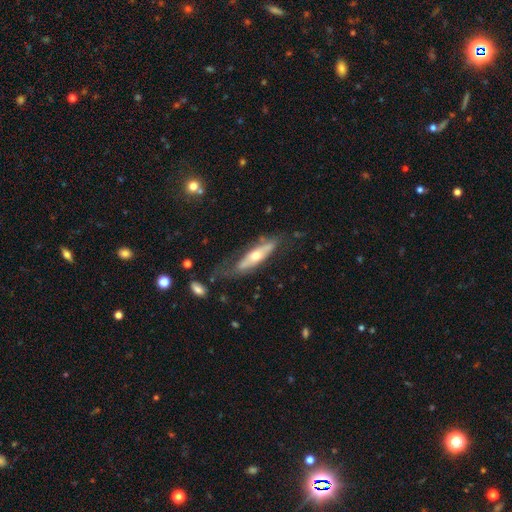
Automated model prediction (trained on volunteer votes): Morphology: type=featured or disk (56%); edge-on=yes (54%); merging=none (54%).